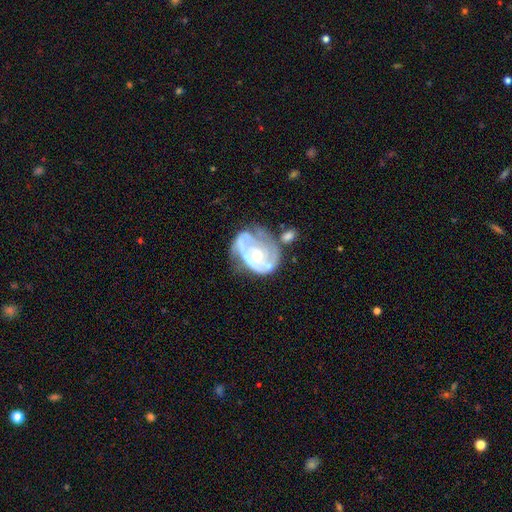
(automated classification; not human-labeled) featured or disk 80%, smooth 14%, star or artifact 6%. Down the decision tree: edge-on disk — no (97%); bar — no (73%); spiral arms — yes (77%); spiral arm count — can't tell (39%); spiral winding — tight (59%); bulge size — moderate (46%); merging — none (33%).